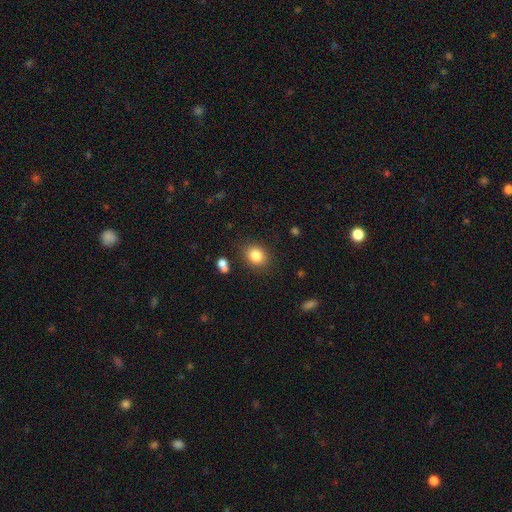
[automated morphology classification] Smooth or featured? Predicted: smooth (p=0.83). How rounded? Predicted: round (p=0.52). Merging? Predicted: none (p=0.84).